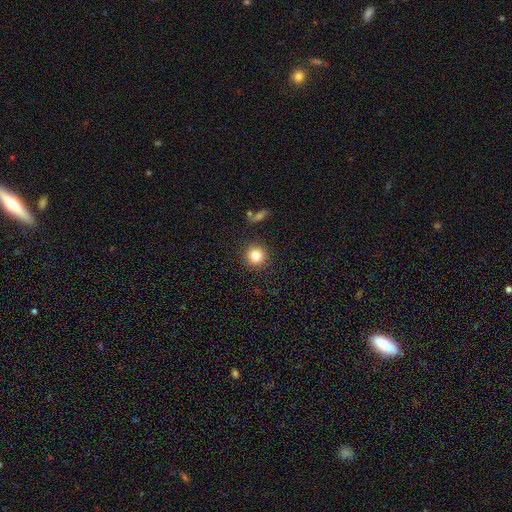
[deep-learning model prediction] This is clearly a smooth galaxy (83%). How rounded: clearly round (93%). Merging: clearly none (90%).